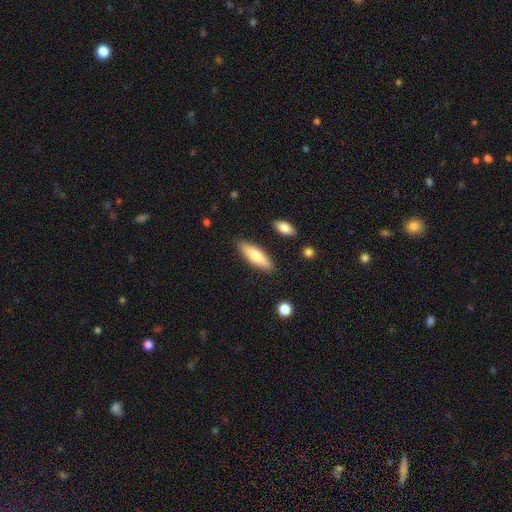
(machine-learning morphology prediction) A smooth galaxy with no disk features (73%) that is cigar-shaped (49%, tied with in between). Merging: none (86%).